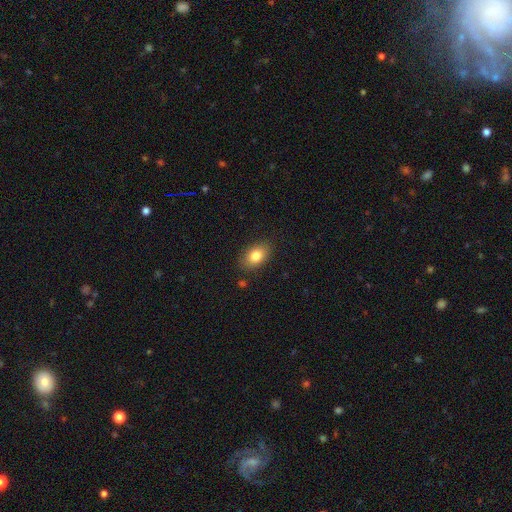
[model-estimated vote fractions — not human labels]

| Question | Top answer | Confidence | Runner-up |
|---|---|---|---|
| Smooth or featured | smooth | 82% | featured or disk (10%) |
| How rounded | in between | 84% | round (14%) |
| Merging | none | 85% | minor disturbance (11%) |